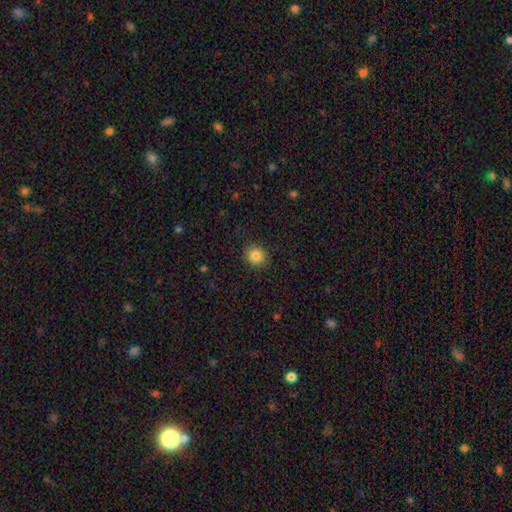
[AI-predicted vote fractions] smooth_or_featured: smooth (p=0.84) [alt: star or artifact p=0.10]
how_rounded: round (p=0.82) [alt: in between p=0.17]
merging: none (p=0.91) [alt: minor disturbance p=0.06]